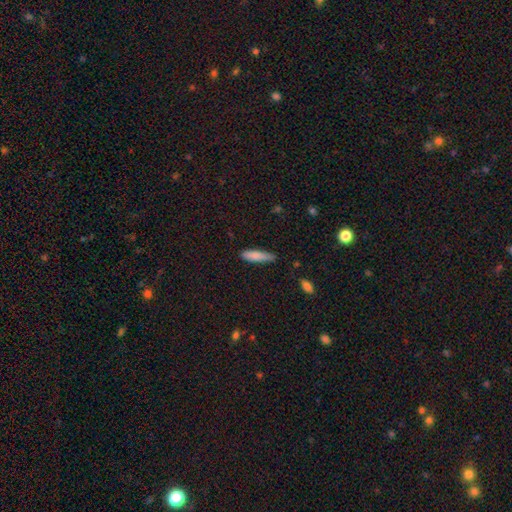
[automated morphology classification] smooth-or-featured: smooth: 82% | featured or disk: 12% | star or artifact: 6%
  how-rounded: cigar-shaped: 73% | in between: 26% | round: 2%
  merging: none: 73% | minor disturbance: 21% | major disturbance: 3% | merger: 2%